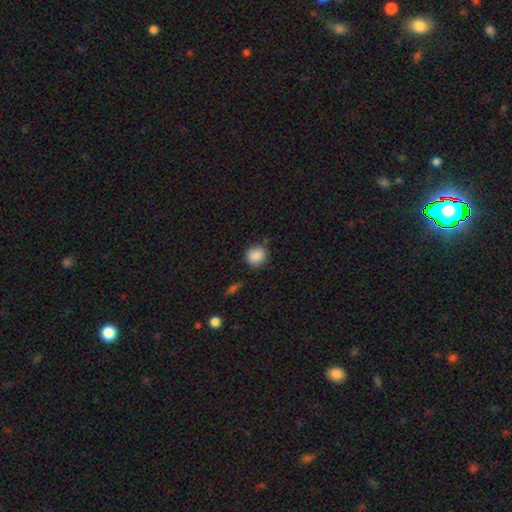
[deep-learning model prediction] smooth 88%, star or artifact 8%, featured or disk 4%. Down the decision tree: how rounded — round (84%); merging — none (83%).